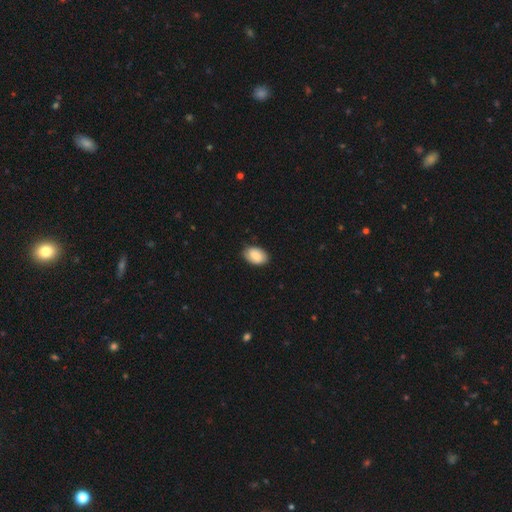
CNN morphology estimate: A smooth galaxy with no disk features (85%) that is in between round and cigar-shaped (90%).

Vote fractions:
- Smooth or featured? smooth: 85% / featured or disk: 8% / star or artifact: 7%
- How rounded? in between: 90% / round: 9% / cigar-shaped: 1%
- Merging? none: 85% / minor disturbance: 12% / major disturbance: 2% / merger: 1%